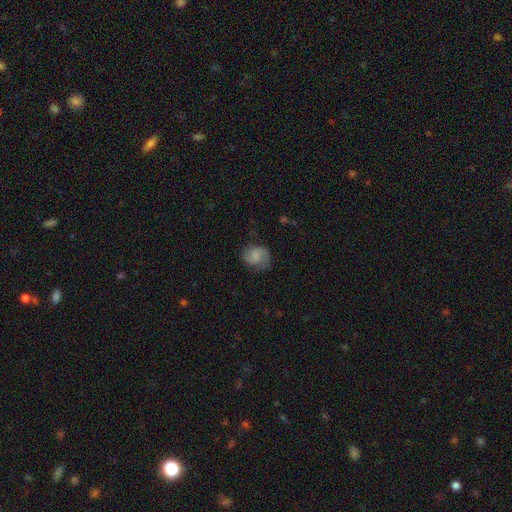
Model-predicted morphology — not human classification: Smooth or featured?
  - featured or disk: 57% *
  - smooth: 35%
  - star or artifact: 9%
Edge-on disk?
  - no: 98% *
  - yes: 2%
Bar?
  - no: 54% *
  - weak: 39%
  - strong: 7%
Spiral arms?
  - yes: 93% *
  - no: 7%
Spiral winding?
  - medium: 49% *
  - loose: 29%
  - tight: 23%
Spiral arm count?
  - 2: 87% *
  - can't tell: 6%
  - 1: 4%
  - 3: 1%
  - 4: 1%
  - more than 4: 1%
Bulge size?
  - none: 47% *
  - small: 24%
  - moderate: 20%
  - large: 8%
  - dominant: 2%
Merging?
  - none: 73% *
  - minor disturbance: 18%
  - major disturbance: 8%
  - merger: 1%